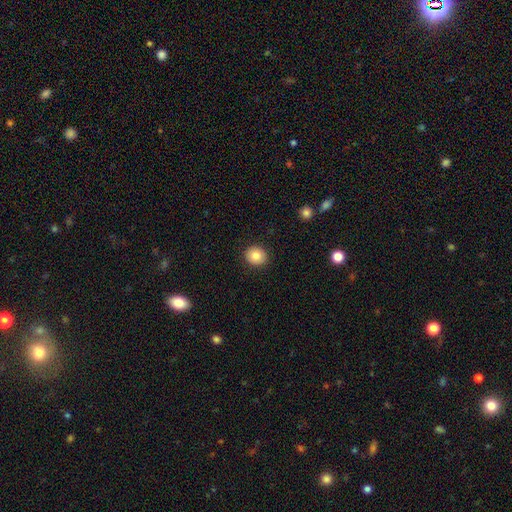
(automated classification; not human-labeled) Smooth or featured? Predicted: smooth (p=0.83). How rounded? Predicted: round (p=0.80). Merging? Predicted: none (p=0.91).